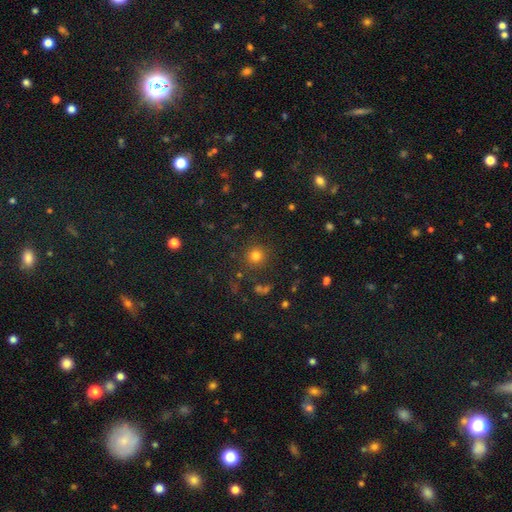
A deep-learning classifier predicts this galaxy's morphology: Q: Smooth or featured?
A: smooth (78%); runner-up: star or artifact (16%)
Q: How rounded?
A: round (93%); runner-up: in between (6%)
Q: Merging?
A: none (85%); runner-up: minor disturbance (8%)